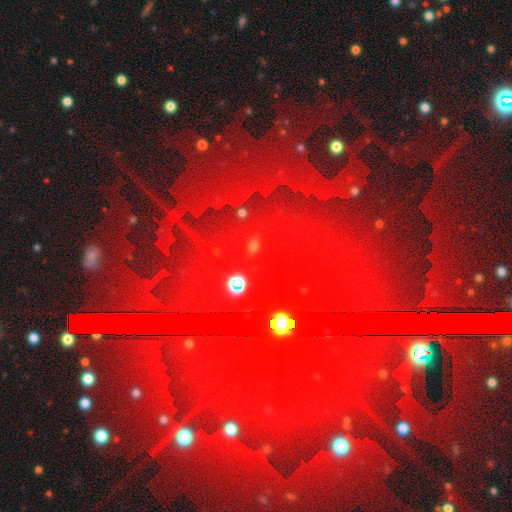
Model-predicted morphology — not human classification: Overall: star or artifact (57%; featured or disk 33%).